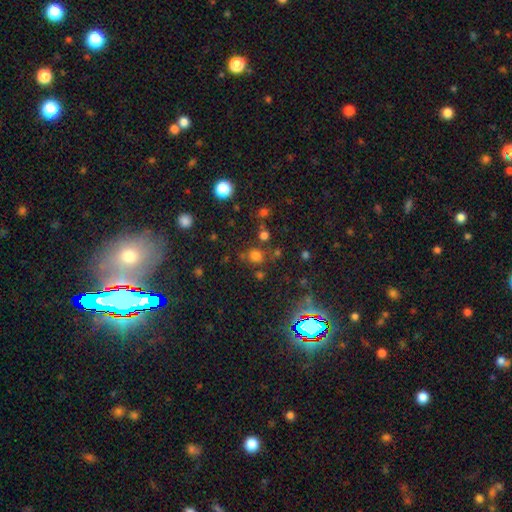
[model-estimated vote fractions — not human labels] A smooth galaxy with no disk features (69%) that is round (81%).

Vote fractions:
- Smooth or featured? smooth: 69% / star or artifact: 24% / featured or disk: 7%
- How rounded? round: 81% / in between: 18% / cigar-shaped: 1%
- Merging? none: 73% / minor disturbance: 12% / merger: 10% / major disturbance: 5%